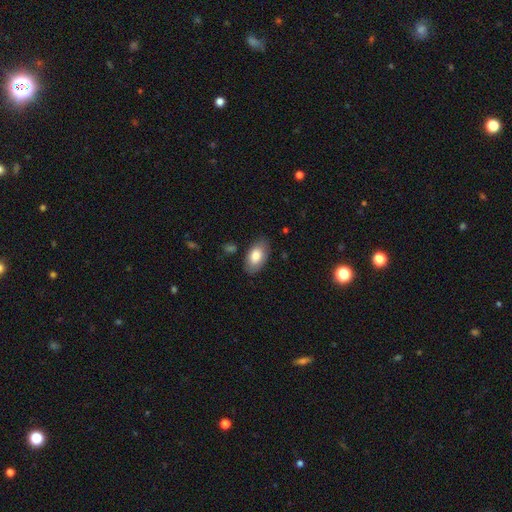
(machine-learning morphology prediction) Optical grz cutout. It shows a smooth galaxy with no disk features (80%) that is in between round and cigar-shaped (95%). Merging: none (81%).